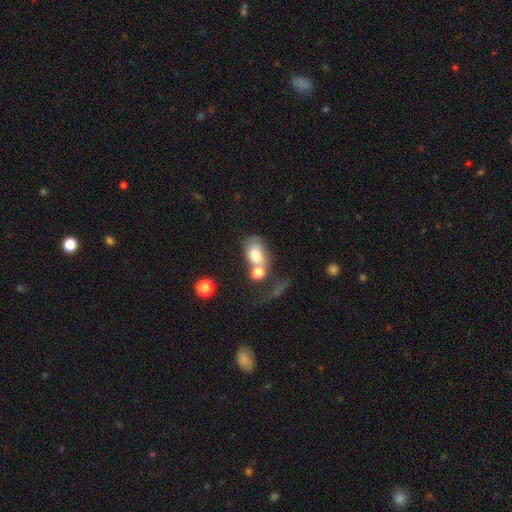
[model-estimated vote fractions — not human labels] The model was most divided on "merging": merger: 58%, none: 19%, major disturbance: 13%, minor disturbance: 10%. More confident: how rounded — in between (77%); smooth or featured — smooth (69%).